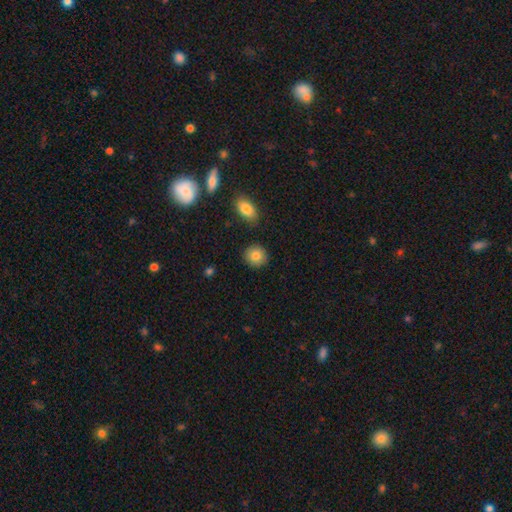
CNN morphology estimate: smooth-or-featured: smooth: 85% | star or artifact: 8% | featured or disk: 7%
  how-rounded: round: 86% | in between: 13% | cigar-shaped: 1%
  merging: none: 88% | minor disturbance: 8% | merger: 2% | major disturbance: 2%